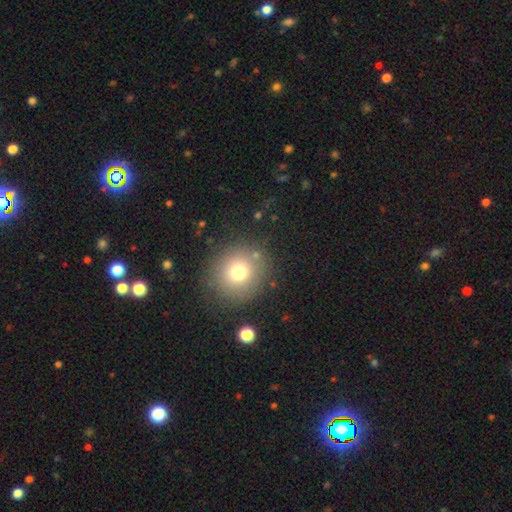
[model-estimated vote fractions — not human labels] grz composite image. It shows a smooth galaxy with no disk features (73%) that is round (90%). Merging: none (86%).